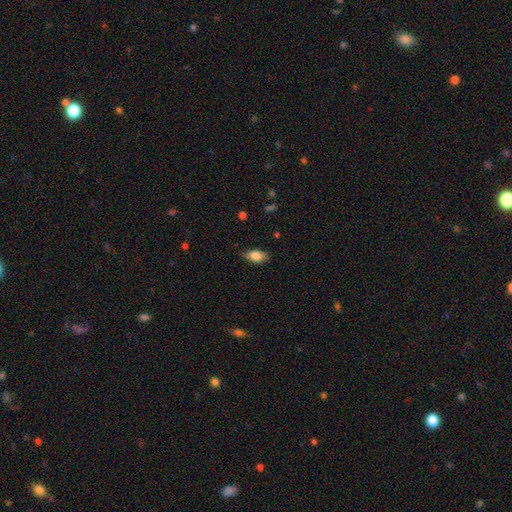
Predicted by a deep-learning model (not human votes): Smooth or featured?
  - smooth: 79% *
  - featured or disk: 14%
  - star or artifact: 7%
How rounded?
  - in between: 87% *
  - cigar-shaped: 8%
  - round: 5%
Merging?
  - none: 81% *
  - minor disturbance: 15%
  - major disturbance: 3%
  - merger: 1%